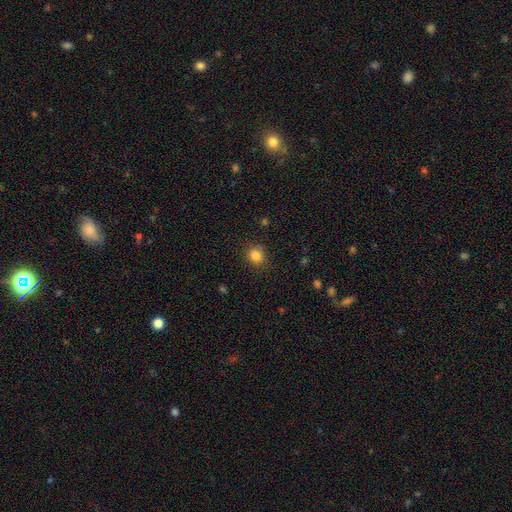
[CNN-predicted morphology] This is clearly a smooth galaxy (83%). How rounded: likely round (70%). Merging: clearly none (83%).